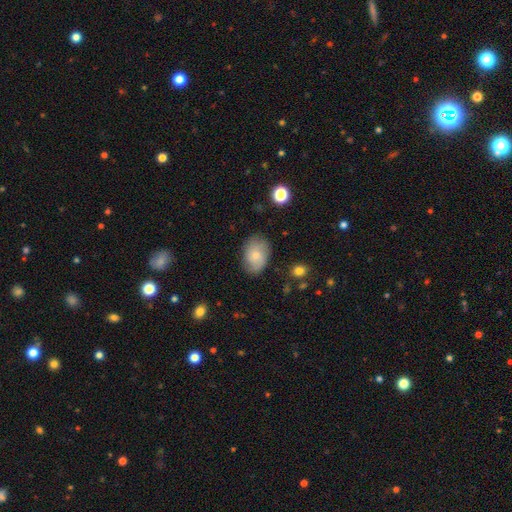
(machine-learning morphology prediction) Smooth or featured? smooth (66%)
How rounded? in between (81%)
Merging? none (76%)